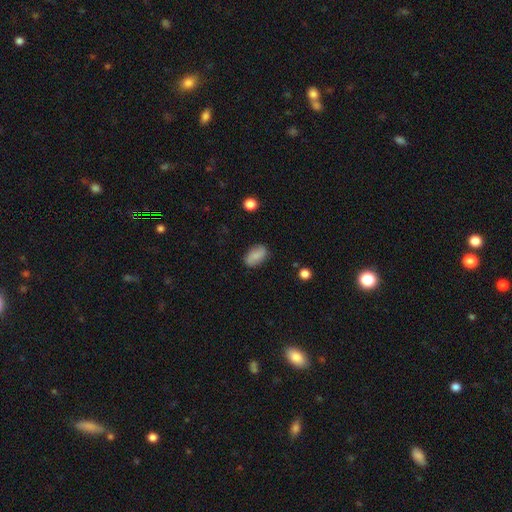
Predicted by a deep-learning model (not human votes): A smooth galaxy with no disk features (77%) that is in between round and cigar-shaped (92%). Merging: none (83%).